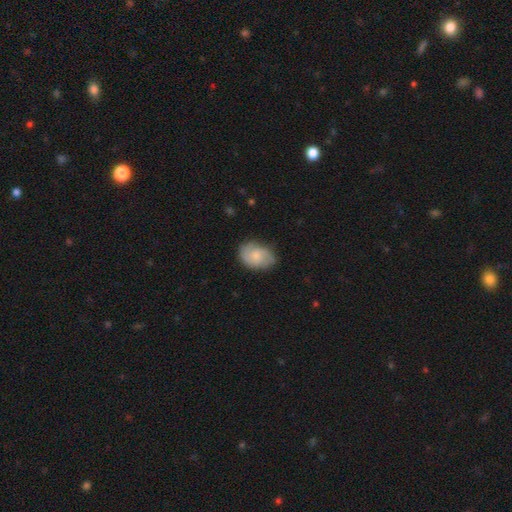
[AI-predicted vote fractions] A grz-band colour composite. It shows a smooth galaxy with no disk features (54%) that is in between round and cigar-shaped (73%). Merging: none (70%).